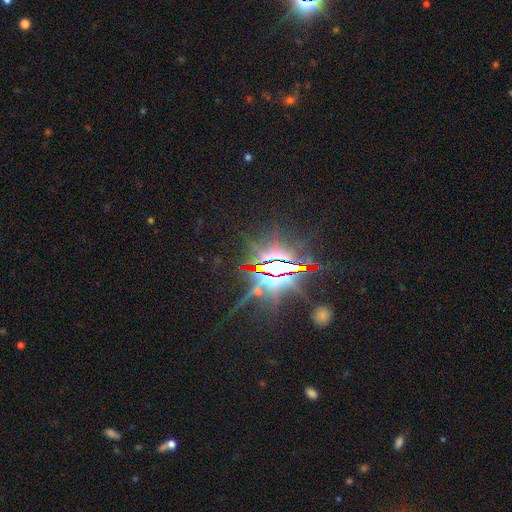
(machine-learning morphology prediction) This is clearly a star or artifact rather than a galaxy (86%).